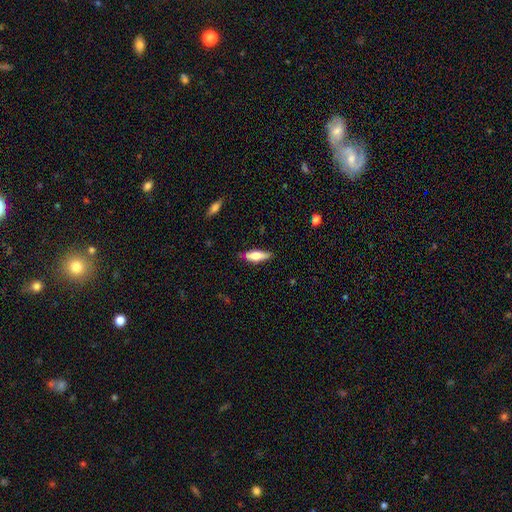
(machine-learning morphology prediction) Q: Smooth or featured?
A: smooth (62%); runner-up: featured or disk (32%)
Q: How rounded?
A: in between (58%); runner-up: cigar-shaped (40%)
Q: Merging?
A: none (77%); runner-up: minor disturbance (18%)